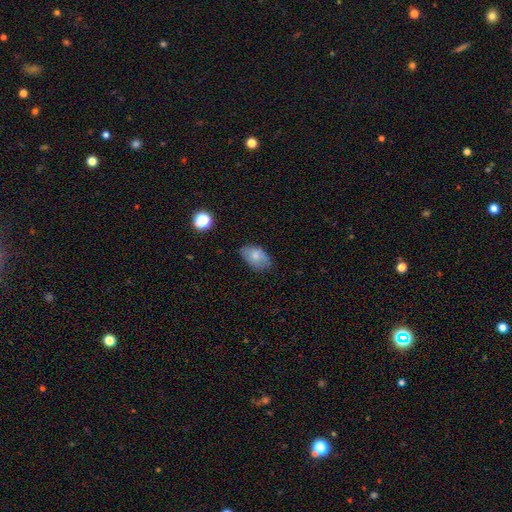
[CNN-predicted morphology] This appears to be a smooth galaxy with no disk features (76%) that is in between round and cigar-shaped (91%). Merging: none (70%).